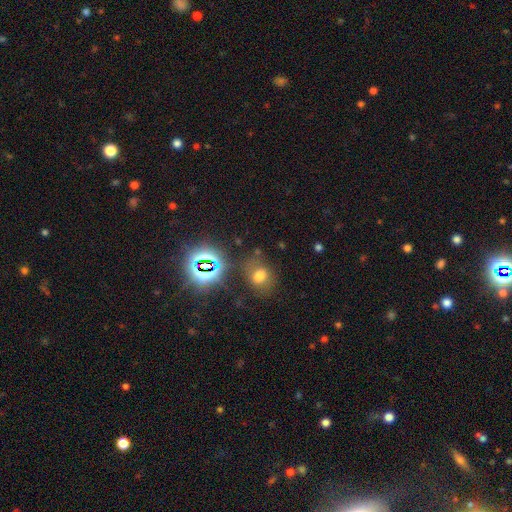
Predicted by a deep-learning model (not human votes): Morphology: type=smooth (48%); merging=none (76%).